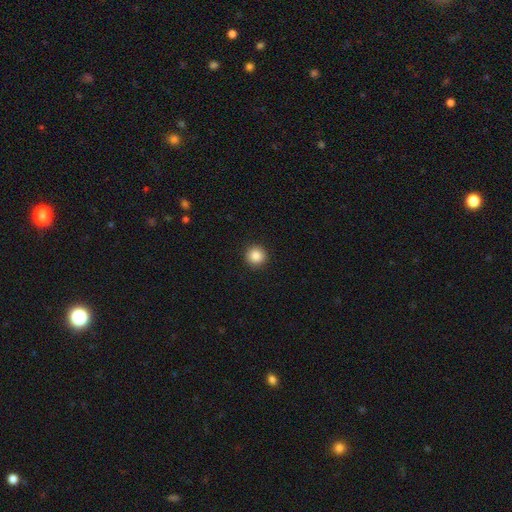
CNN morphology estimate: Smooth or featured: smooth — 87% (star or artifact — 10%)
How rounded: round — 96% (in between — 3%)
Merging: none — 93% (minor disturbance — 5%)